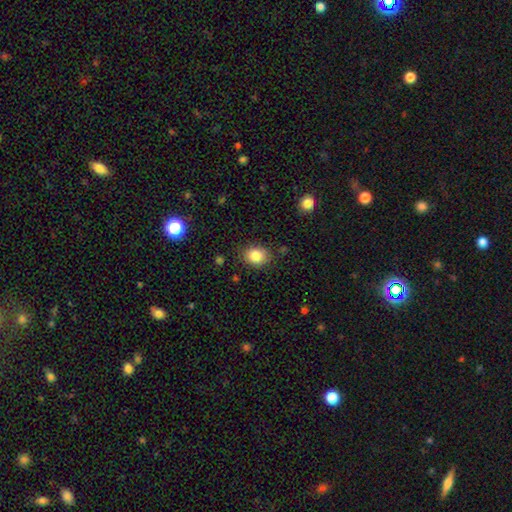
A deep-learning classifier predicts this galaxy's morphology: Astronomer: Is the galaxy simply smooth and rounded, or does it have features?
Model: smooth — 84%.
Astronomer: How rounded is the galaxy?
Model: round — 57% (runner-up: in between, 43%).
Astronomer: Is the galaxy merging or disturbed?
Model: none — 84%.